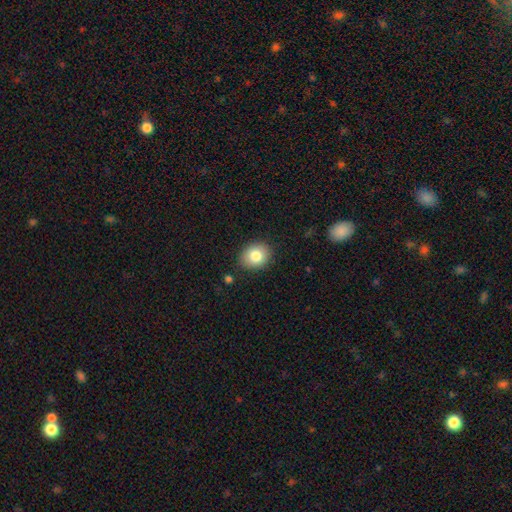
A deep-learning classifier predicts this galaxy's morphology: smooth_or_featured: smooth (p=0.82) [alt: featured or disk p=0.09]
how_rounded: round (p=0.58) [alt: in between p=0.41]
merging: none (p=0.86) [alt: minor disturbance p=0.10]